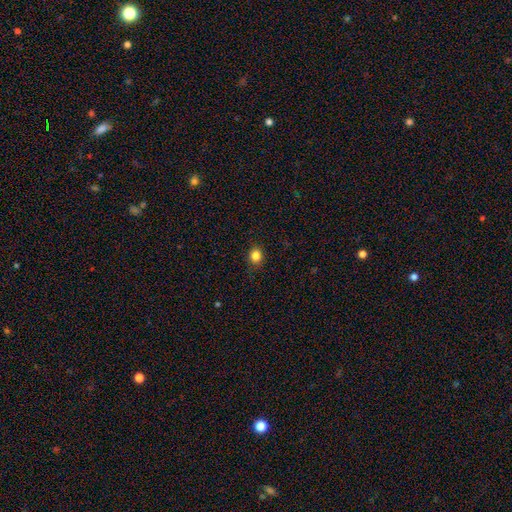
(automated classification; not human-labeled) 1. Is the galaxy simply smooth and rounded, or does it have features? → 83% smooth, 12% star or artifact, 5% featured or disk.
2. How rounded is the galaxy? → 77% round, 22% in between, 1% cigar-shaped.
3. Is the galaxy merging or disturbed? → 87% none, 9% minor disturbance, 2% major disturbance, 1% merger.